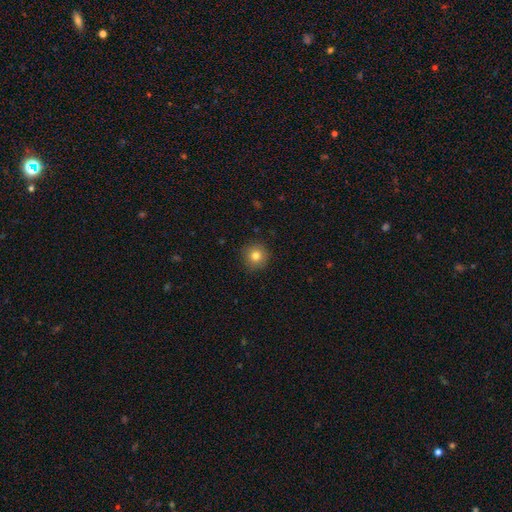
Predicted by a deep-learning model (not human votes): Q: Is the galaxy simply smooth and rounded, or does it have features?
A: smooth — 81%.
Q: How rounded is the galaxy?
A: round — 94%.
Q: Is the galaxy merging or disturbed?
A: none — 90%.